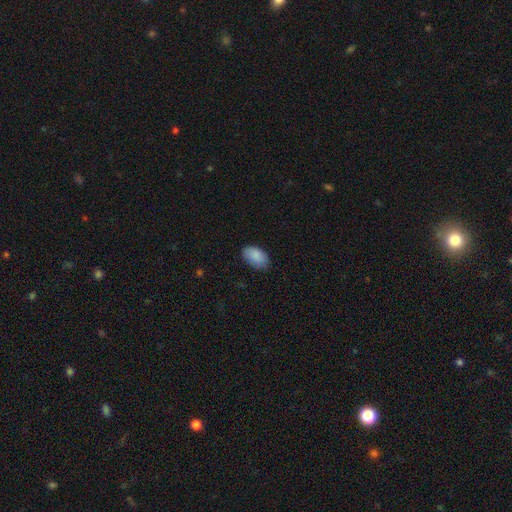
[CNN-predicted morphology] This is clearly a smooth galaxy (89%). How rounded: clearly in between (94%). Merging: clearly none (82%).